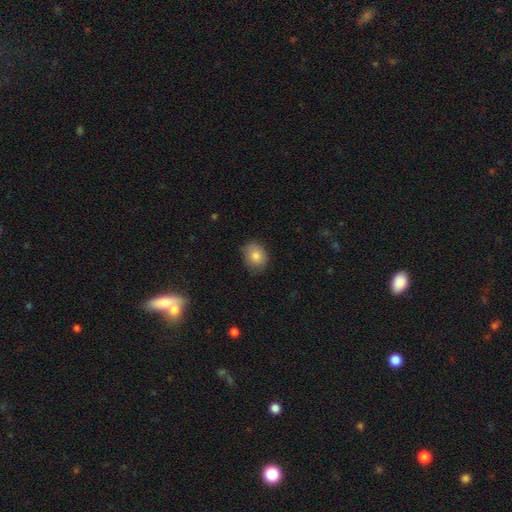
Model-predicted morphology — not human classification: smooth-or-featured: smooth: 83% | star or artifact: 9% | featured or disk: 8%
  how-rounded: in between: 50% | round: 49% | cigar-shaped: 1%
  merging: none: 80% | minor disturbance: 16% | major disturbance: 3% | merger: 1%